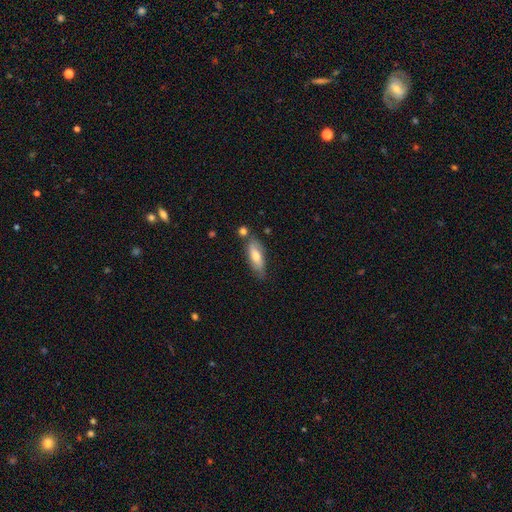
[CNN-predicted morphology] A smooth galaxy with no disk features (65%) that is in between round and cigar-shaped (60%). Merging: none (69%).